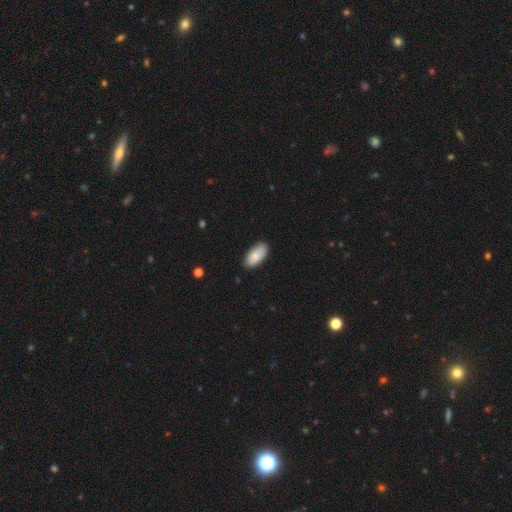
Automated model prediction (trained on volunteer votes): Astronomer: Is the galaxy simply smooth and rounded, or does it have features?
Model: smooth — 84%.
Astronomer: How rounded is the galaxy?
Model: in between — 93%.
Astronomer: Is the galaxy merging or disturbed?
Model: none — 85%.